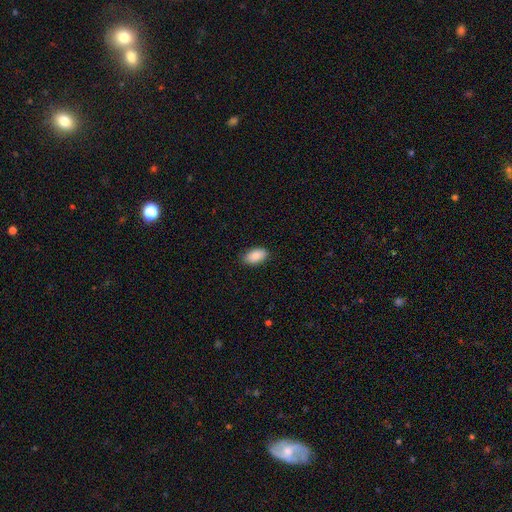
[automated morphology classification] This is clearly a smooth galaxy (85%). How rounded: clearly in between (93%). Merging: clearly none (86%).